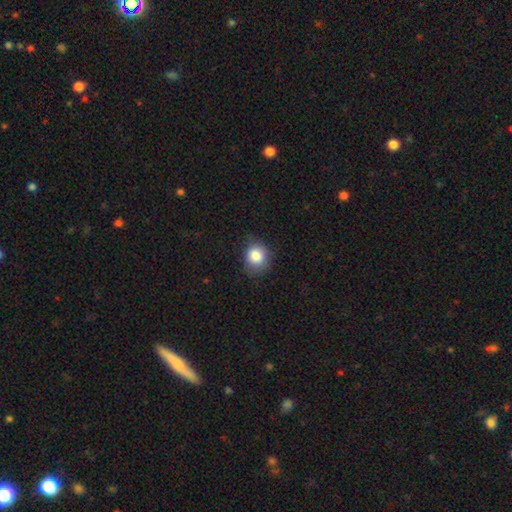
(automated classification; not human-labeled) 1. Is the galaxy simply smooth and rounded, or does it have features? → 84% smooth, 10% star or artifact, 6% featured or disk.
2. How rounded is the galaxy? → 72% round, 27% in between, 1% cigar-shaped.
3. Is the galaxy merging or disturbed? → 72% none, 21% minor disturbance, 5% major disturbance, 1% merger.